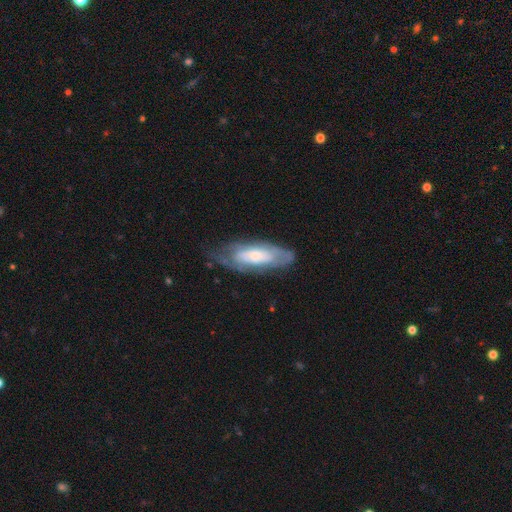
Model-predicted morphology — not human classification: featured or disk 58%, smooth 36%, star or artifact 6%. Down the decision tree: edge-on disk — no (80%); merging — none (60%).